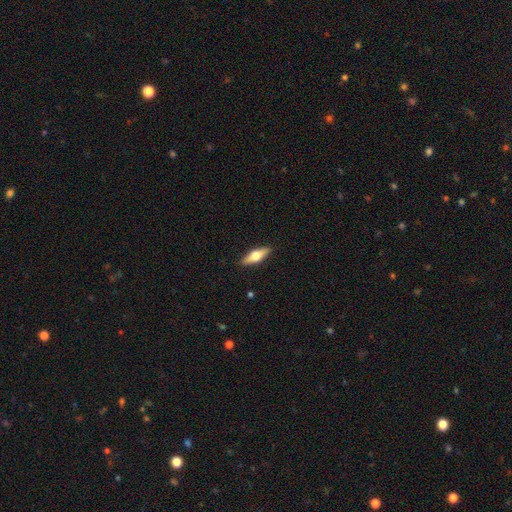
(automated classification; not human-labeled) Smooth or featured? Predicted: smooth (p=0.48). Merging? Predicted: none (p=0.90).